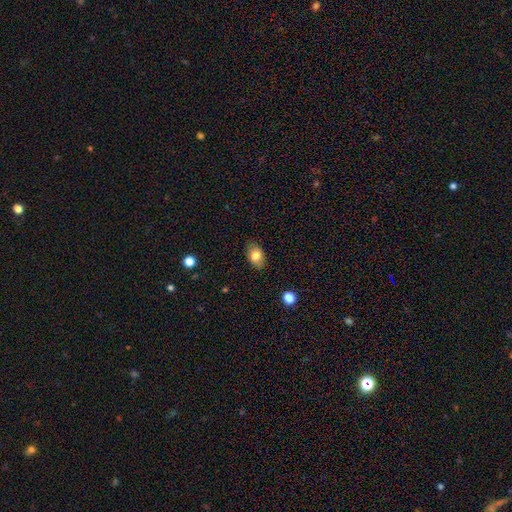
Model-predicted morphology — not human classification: Smooth or featured?
  - smooth: 81% *
  - featured or disk: 11%
  - star or artifact: 8%
How rounded?
  - in between: 85% *
  - round: 13%
  - cigar-shaped: 2%
Merging?
  - none: 84% *
  - minor disturbance: 12%
  - major disturbance: 3%
  - merger: 1%